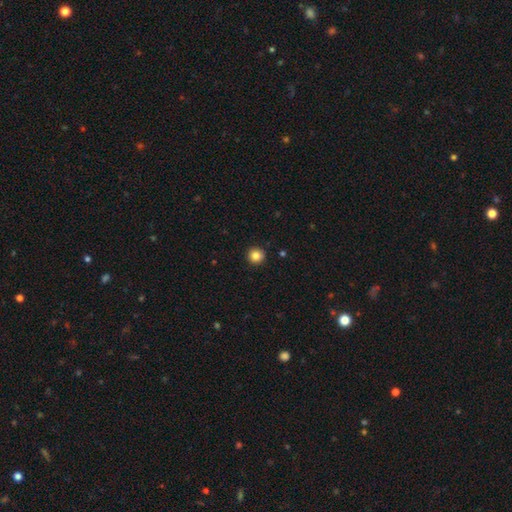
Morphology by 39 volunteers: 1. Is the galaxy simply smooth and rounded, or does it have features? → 87% smooth, 8% star or artifact, 5% featured or disk.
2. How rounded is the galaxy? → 100% round, 0% in between, 0% cigar-shaped.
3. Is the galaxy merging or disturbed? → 94% none, 6% merger, 0% minor disturbance, 0% major disturbance.